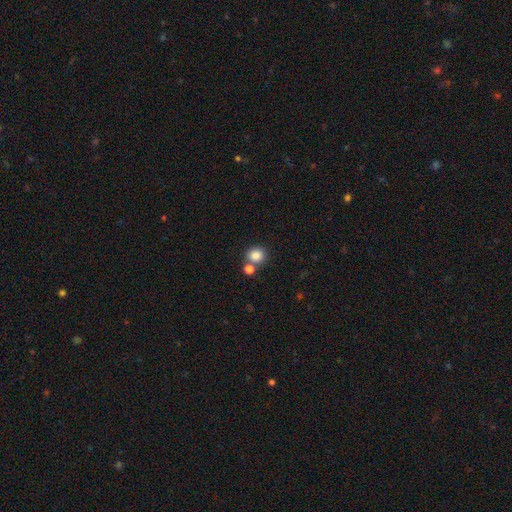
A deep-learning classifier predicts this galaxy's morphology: Smooth or featured: smooth — 84% (star or artifact — 11%)
How rounded: round — 80% (in between — 19%)
Merging: none — 63% (merger — 25%)